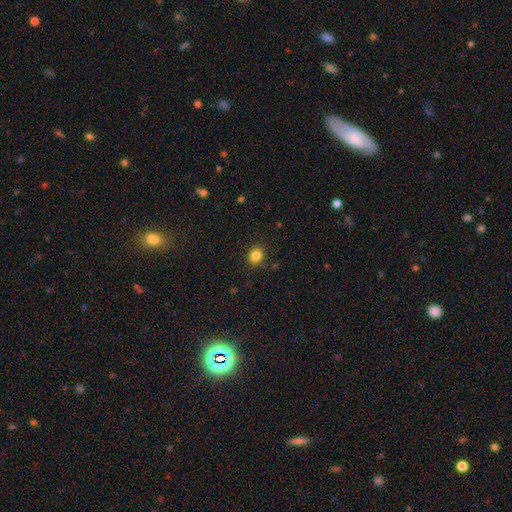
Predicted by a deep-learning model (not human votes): Smooth or featured? smooth (84%)
How rounded? round (60%)
Merging? none (86%)